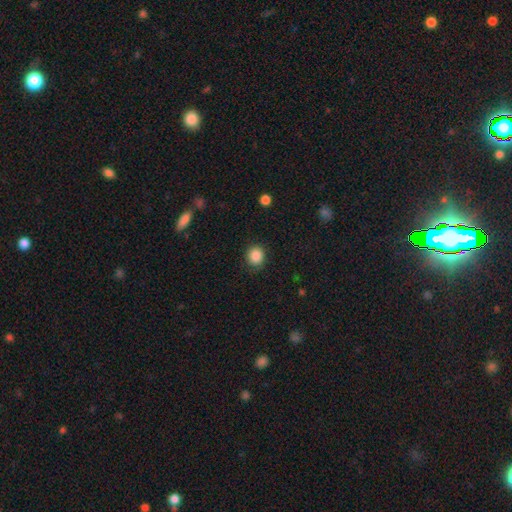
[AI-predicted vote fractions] The model was most divided on "how rounded": round: 80%, in between: 19%, cigar-shaped: 1%. More confident: smooth or featured — smooth (87%); merging — none (86%).